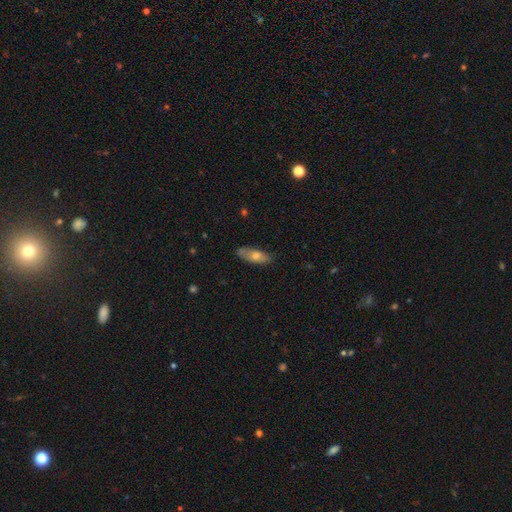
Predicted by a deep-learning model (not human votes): Overall: smooth (60%; featured or disk 32%). How rounded: in between (63%; cigar-shaped 34%). Merging: none (82%).